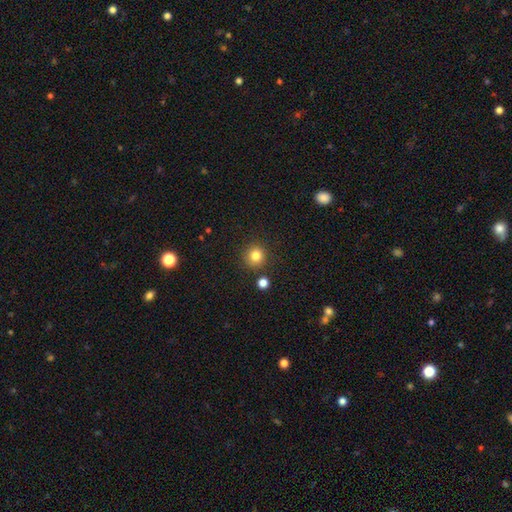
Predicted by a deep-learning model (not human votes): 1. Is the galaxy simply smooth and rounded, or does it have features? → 82% smooth, 12% star or artifact, 6% featured or disk.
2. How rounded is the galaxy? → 93% round, 6% in between, 1% cigar-shaped.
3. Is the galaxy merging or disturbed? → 86% none, 7% minor disturbance, 4% merger, 2% major disturbance.